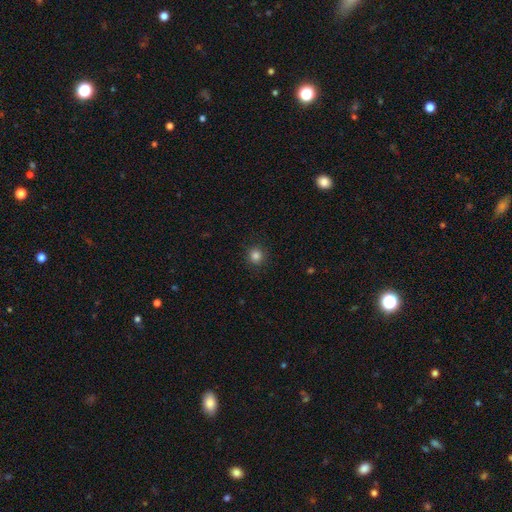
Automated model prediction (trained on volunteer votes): smooth-or-featured: smooth: 84% | star or artifact: 12% | featured or disk: 4%
  how-rounded: round: 93% | in between: 6% | cigar-shaped: 1%
  merging: none: 91% | minor disturbance: 6% | major disturbance: 2% | merger: 1%